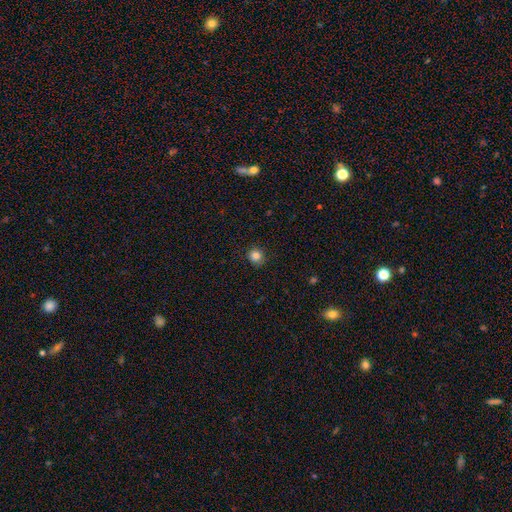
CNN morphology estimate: Smooth or featured?
  - smooth: 84% *
  - star or artifact: 11%
  - featured or disk: 4%
How rounded?
  - round: 90% *
  - in between: 9%
  - cigar-shaped: 1%
Merging?
  - none: 88% *
  - minor disturbance: 8%
  - major disturbance: 2%
  - merger: 1%